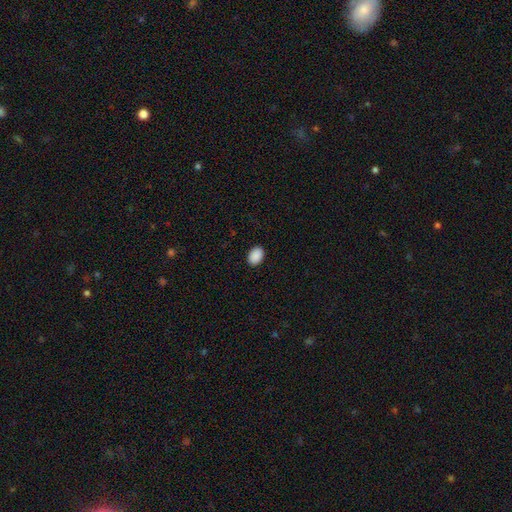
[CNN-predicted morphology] This appears to be a smooth galaxy with no disk features (91%) that is in between round and cigar-shaped (84%). Merging: none (91%).